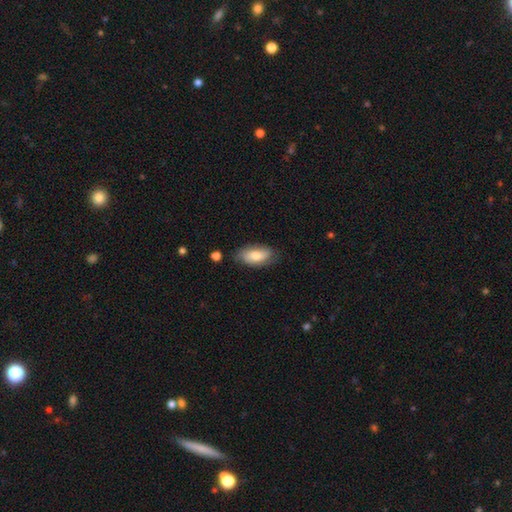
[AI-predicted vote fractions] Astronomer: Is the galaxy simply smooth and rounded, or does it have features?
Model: smooth — 72%.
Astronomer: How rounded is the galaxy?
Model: in between — 90%.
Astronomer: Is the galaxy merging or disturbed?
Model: none — 74%.